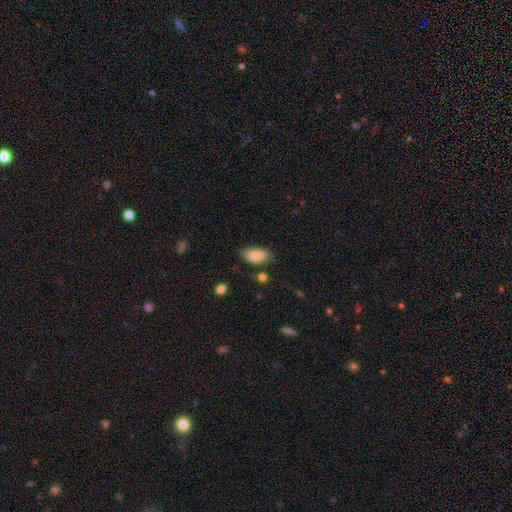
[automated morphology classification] Smooth or featured: smooth — 86% (featured or disk — 7%)
How rounded: in between — 92% (cigar-shaped — 4%)
Merging: none — 64% (minor disturbance — 27%)